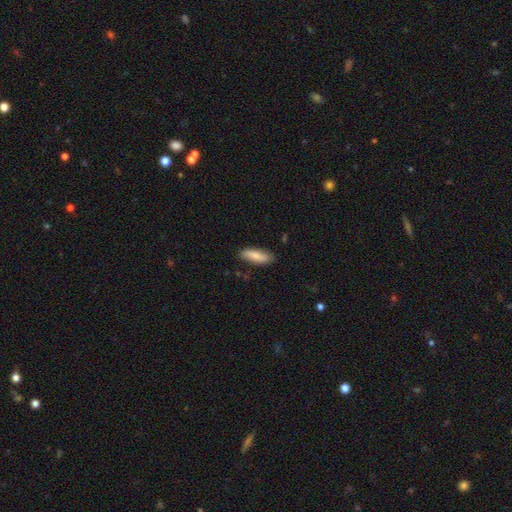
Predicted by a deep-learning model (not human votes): smooth-or-featured: smooth: 82% | featured or disk: 13% | star or artifact: 6%
  how-rounded: in between: 52% | cigar-shaped: 46% | round: 2%
  merging: none: 84% | minor disturbance: 12% | major disturbance: 2% | merger: 1%